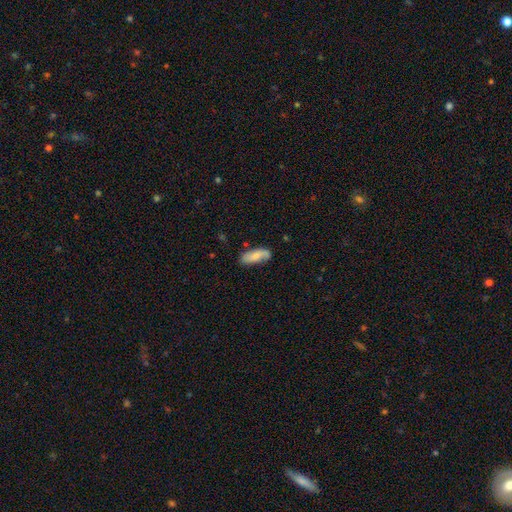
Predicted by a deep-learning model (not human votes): Smooth or featured? Predicted: smooth (p=0.61). How rounded? Predicted: in between (p=0.77). Merging? Predicted: none (p=0.66).